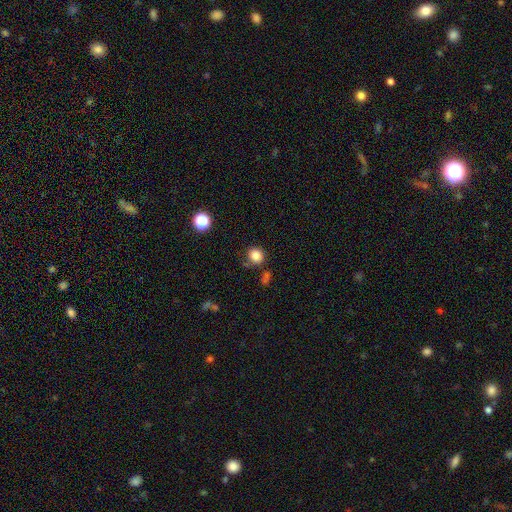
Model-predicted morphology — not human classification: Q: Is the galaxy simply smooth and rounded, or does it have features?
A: smooth — 84%.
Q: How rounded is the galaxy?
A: round — 81%.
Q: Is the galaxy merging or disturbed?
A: none — 74%.